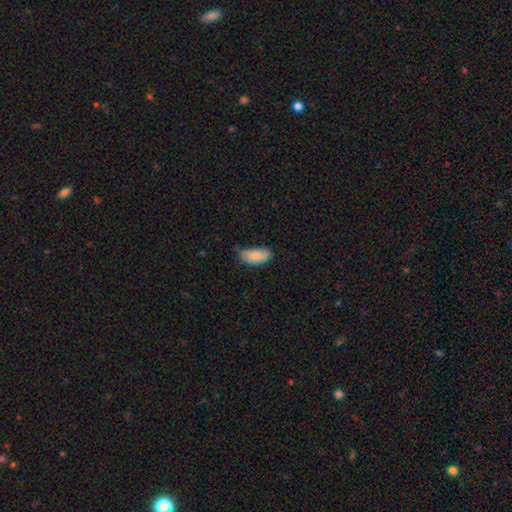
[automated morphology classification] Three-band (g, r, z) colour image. It shows a smooth galaxy with no disk features (79%) that is in between round and cigar-shaped (92%). Merging: none (62%).